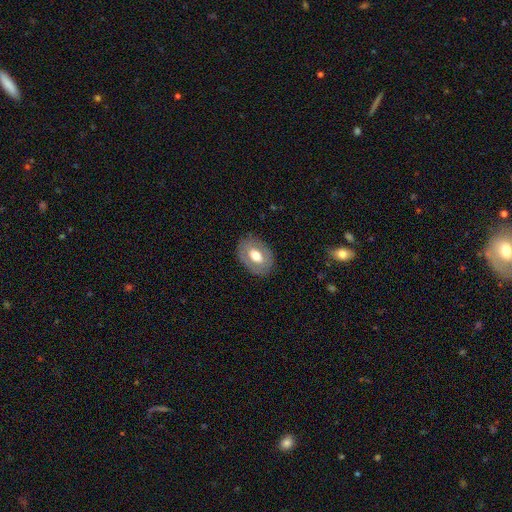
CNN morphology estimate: Q: Smooth or featured?
A: smooth (54%); runner-up: featured or disk (40%)
Q: How rounded?
A: in between (79%); runner-up: round (20%)
Q: Merging?
A: none (83%); runner-up: minor disturbance (12%)